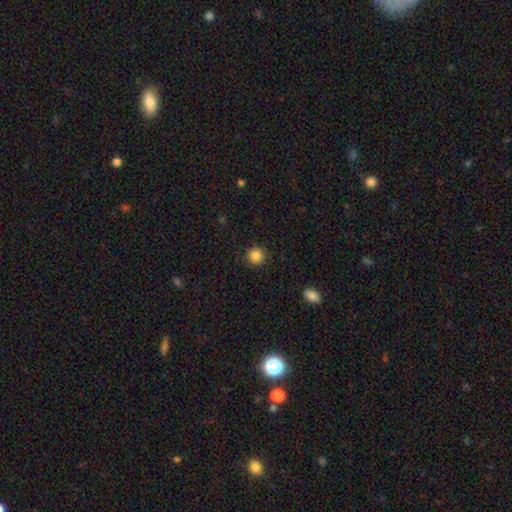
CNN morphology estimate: Q: Smooth or featured?
A: smooth (86%); runner-up: star or artifact (10%)
Q: How rounded?
A: round (93%); runner-up: in between (6%)
Q: Merging?
A: none (90%); runner-up: minor disturbance (7%)